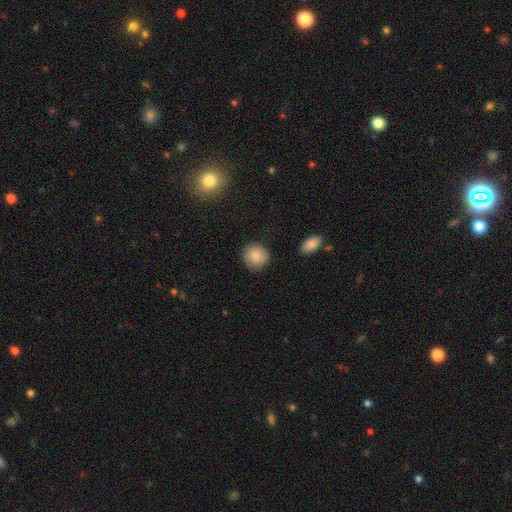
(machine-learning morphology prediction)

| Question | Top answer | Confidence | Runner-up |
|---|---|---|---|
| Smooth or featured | smooth | 85% | featured or disk (8%) |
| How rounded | round | 90% | in between (9%) |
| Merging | none | 87% | minor disturbance (9%) |